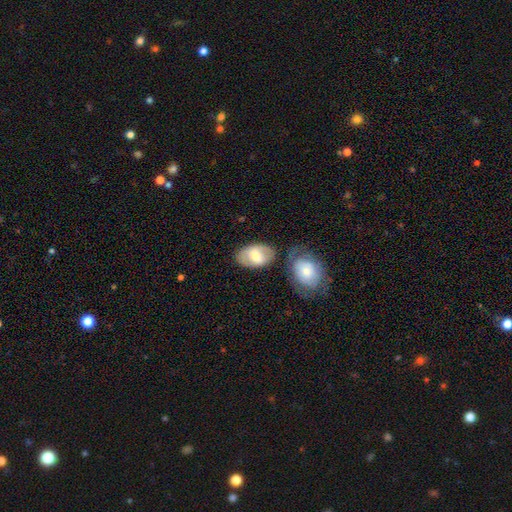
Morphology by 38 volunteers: type=smooth (71%); roundness=in between (96%); merging=none (59%).